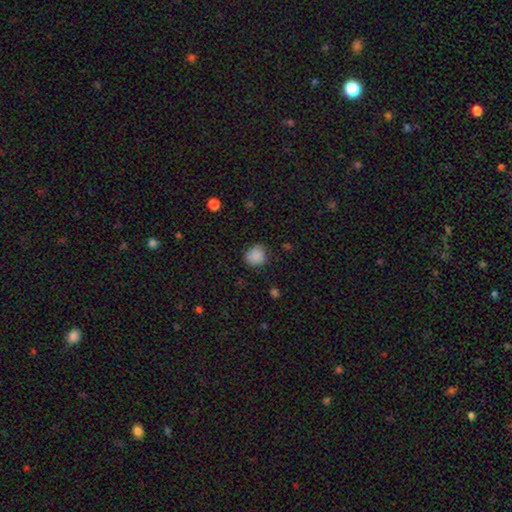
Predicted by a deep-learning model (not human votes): smooth-or-featured: smooth: 86% | star or artifact: 10% | featured or disk: 5%
  how-rounded: round: 83% | in between: 16% | cigar-shaped: 1%
  merging: none: 77% | minor disturbance: 18% | major disturbance: 4% | merger: 1%